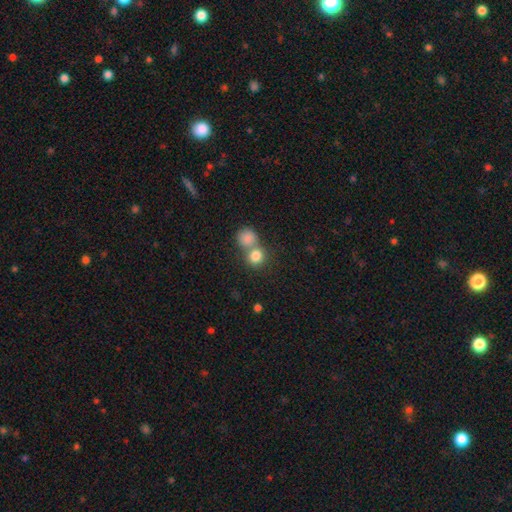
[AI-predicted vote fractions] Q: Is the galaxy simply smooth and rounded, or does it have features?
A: smooth — 82%.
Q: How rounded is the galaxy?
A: round — 83%.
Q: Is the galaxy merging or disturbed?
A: merger — 46%.